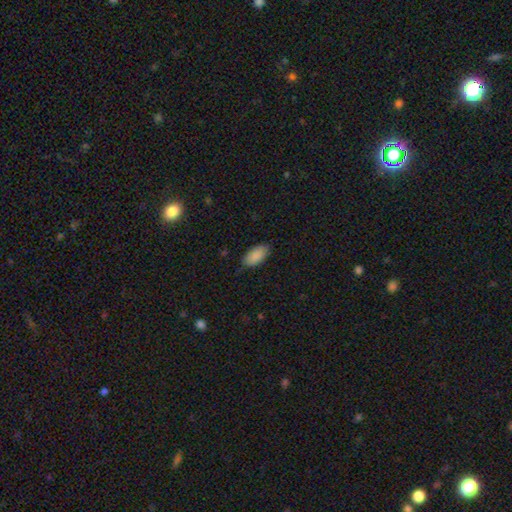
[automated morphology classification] The model was most divided on "merging": none: 78%, minor disturbance: 18%, major disturbance: 3%, merger: 1%. More confident: how rounded — in between (93%); smooth or featured — smooth (89%).